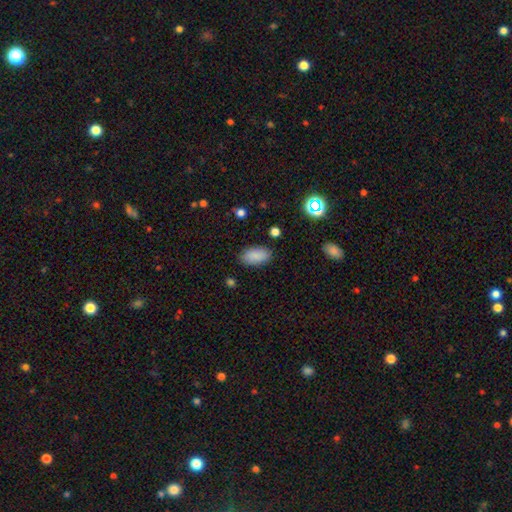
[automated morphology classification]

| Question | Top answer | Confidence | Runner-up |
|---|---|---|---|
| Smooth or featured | smooth | 88% | star or artifact (8%) |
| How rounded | in between | 93% | round (3%) |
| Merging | none | 86% | minor disturbance (10%) |